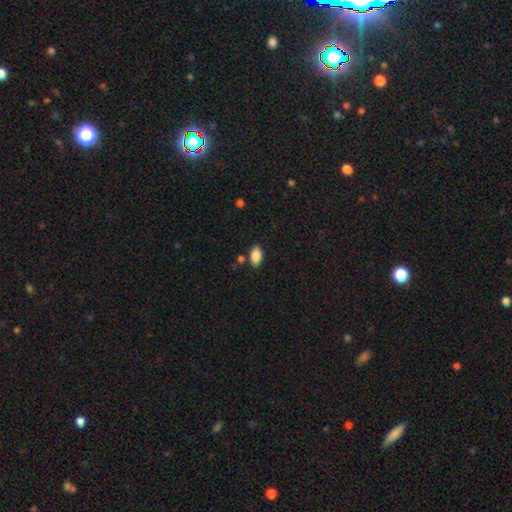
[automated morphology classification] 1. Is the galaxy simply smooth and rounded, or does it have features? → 87% smooth, 7% star or artifact, 5% featured or disk.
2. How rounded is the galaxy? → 94% in between, 4% round, 3% cigar-shaped.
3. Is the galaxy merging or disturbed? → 82% none, 11% minor disturbance, 5% merger, 3% major disturbance.